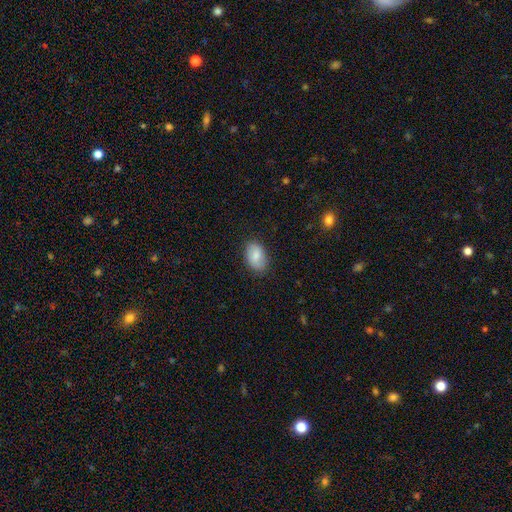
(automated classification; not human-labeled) smooth-or-featured: smooth: 81% | featured or disk: 12% | star or artifact: 7%
  how-rounded: in between: 90% | round: 9% | cigar-shaped: 1%
  merging: none: 81% | minor disturbance: 15% | major disturbance: 3% | merger: 1%